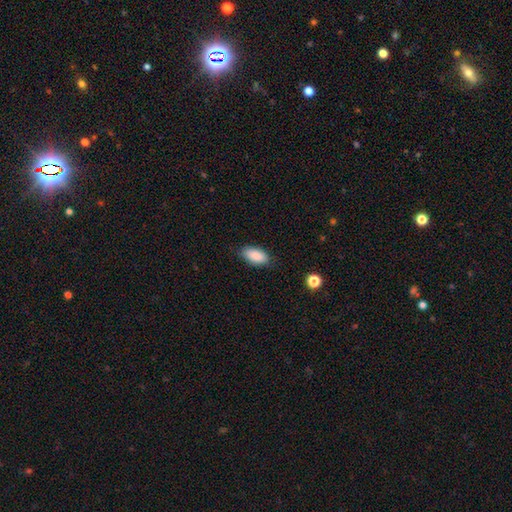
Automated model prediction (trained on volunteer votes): Morphology: type=smooth (86%); roundness=in between (92%); merging=none (82%).